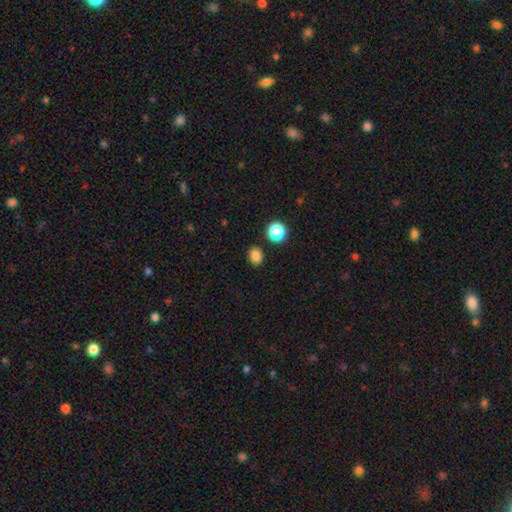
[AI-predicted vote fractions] A smooth galaxy with no disk features (83%) that is round (54%).

Vote fractions:
- Smooth or featured? smooth: 83% / star or artifact: 13% / featured or disk: 4%
- How rounded? round: 54% / in between: 45% / cigar-shaped: 1%
- Merging? none: 86% / minor disturbance: 8% / merger: 3% / major disturbance: 2%